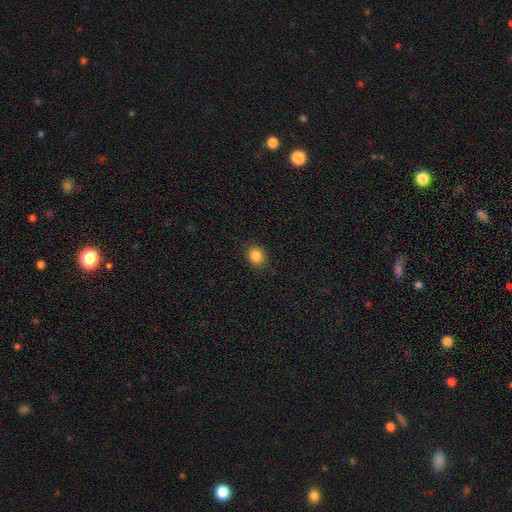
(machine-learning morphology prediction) Smooth or featured? smooth (85%)
How rounded? round (62%)
Merging? none (87%)